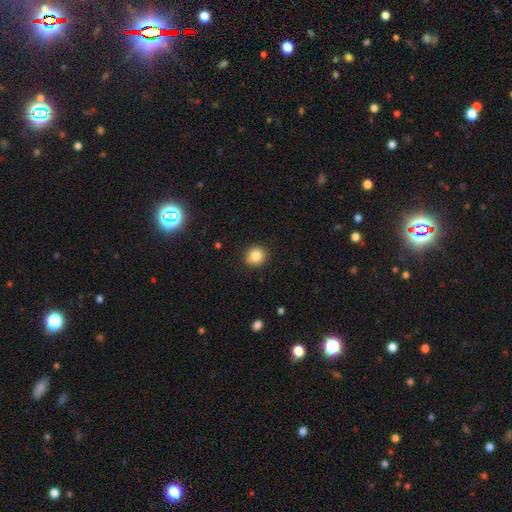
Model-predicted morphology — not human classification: Smooth or featured? Predicted: smooth (p=0.84). How rounded? Predicted: round (p=0.87). Merging? Predicted: none (p=0.86).